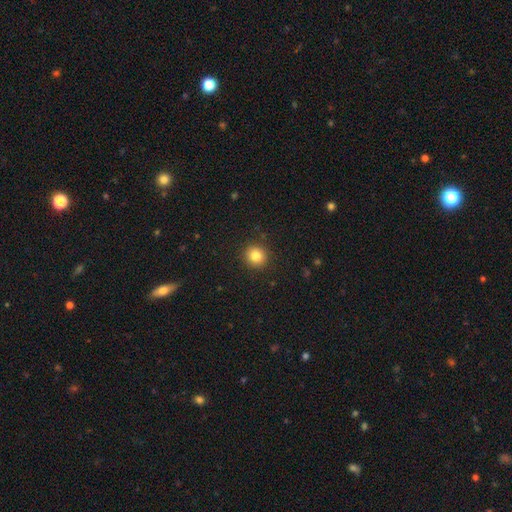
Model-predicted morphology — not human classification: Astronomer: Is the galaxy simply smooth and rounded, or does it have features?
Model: smooth — 83%.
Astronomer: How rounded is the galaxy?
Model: round — 91%.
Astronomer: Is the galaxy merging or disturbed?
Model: none — 92%.